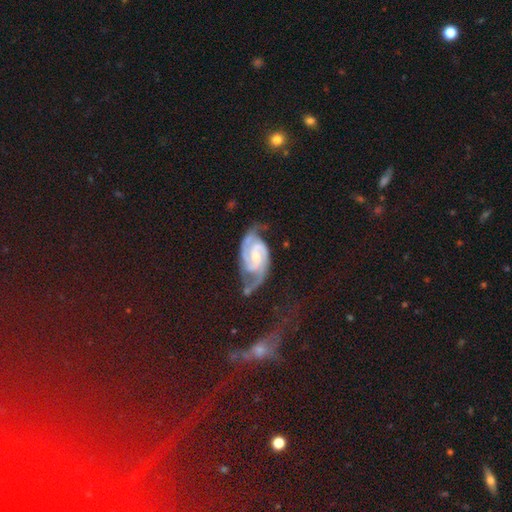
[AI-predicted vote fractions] Q: Smooth or featured?
A: featured or disk (90%); runner-up: star or artifact (5%)
Q: Edge-on disk?
A: no (98%); runner-up: yes (2%)
Q: Bar?
A: weak (46%); runner-up: no (39%)
Q: Spiral arms?
A: yes (98%); runner-up: no (2%)
Q: Spiral winding?
A: tight (48%); runner-up: medium (43%)
Q: Spiral arm count?
A: 2 (77%); runner-up: 3 (11%)
Q: Bulge size?
A: small (43%); tied with: moderate (43%)
Q: Merging?
A: none (61%); runner-up: minor disturbance (24%)